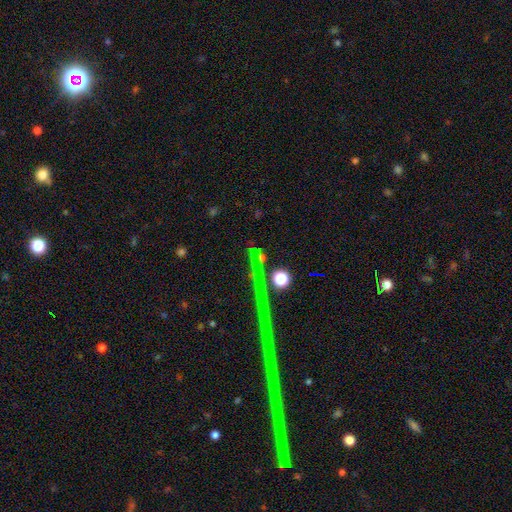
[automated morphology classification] Q: Smooth or featured?
A: star or artifact (60%); runner-up: smooth (25%)